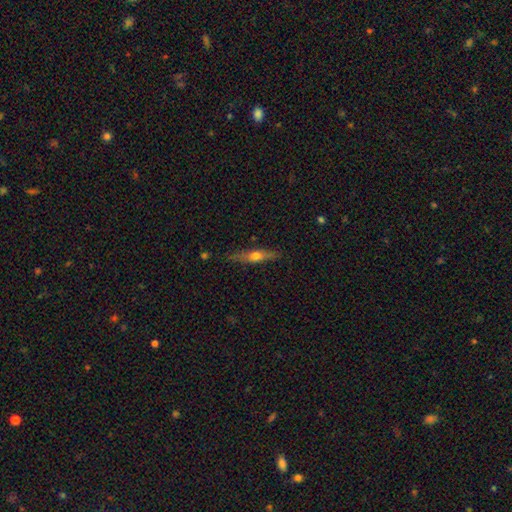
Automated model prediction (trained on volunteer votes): A featured or disk galaxy (56%) viewed edge-on (93%) with a rounded central bulge (93%).

Vote fractions:
- Smooth or featured? featured or disk: 56% / smooth: 37% / star or artifact: 7%
- Edge-on disk? yes: 93% / no: 7%
- Edge-on bulge? rounded: 93% / none: 4% / boxy: 3%
- Merging? none: 84% / minor disturbance: 12% / major disturbance: 2% / merger: 1%